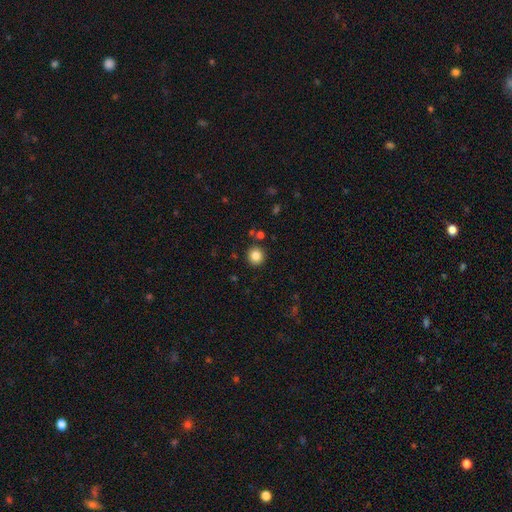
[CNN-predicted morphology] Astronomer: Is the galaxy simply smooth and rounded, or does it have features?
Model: smooth — 85%.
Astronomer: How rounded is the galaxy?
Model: round — 93%.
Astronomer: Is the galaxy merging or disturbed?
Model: none — 90%.